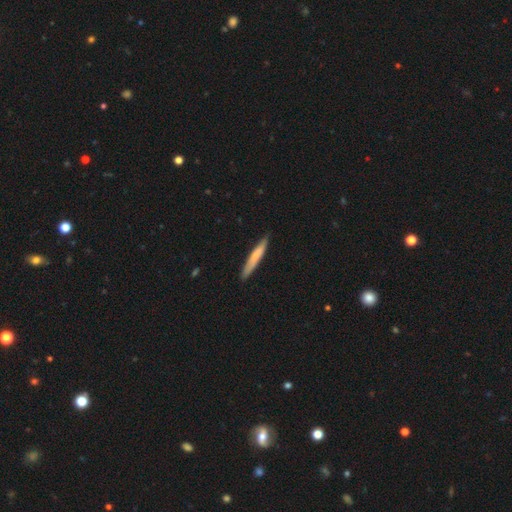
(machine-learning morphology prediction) Smooth or featured? smooth (67%)
How rounded? cigar-shaped (94%)
Merging? none (87%)